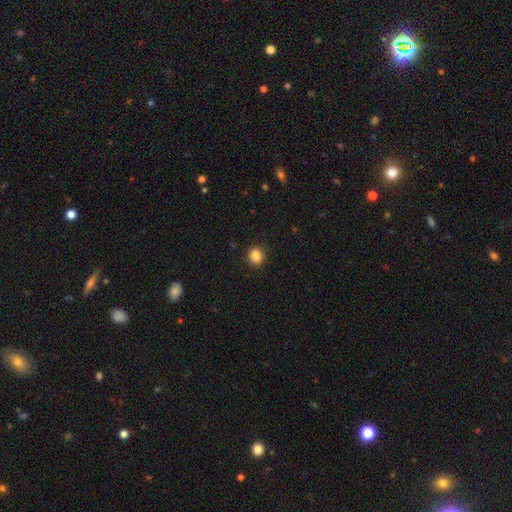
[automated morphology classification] Smooth or featured?
  - smooth: 86% *
  - star or artifact: 11%
  - featured or disk: 4%
How rounded?
  - round: 79% *
  - in between: 20%
  - cigar-shaped: 1%
Merging?
  - none: 90% *
  - minor disturbance: 7%
  - major disturbance: 2%
  - merger: 1%